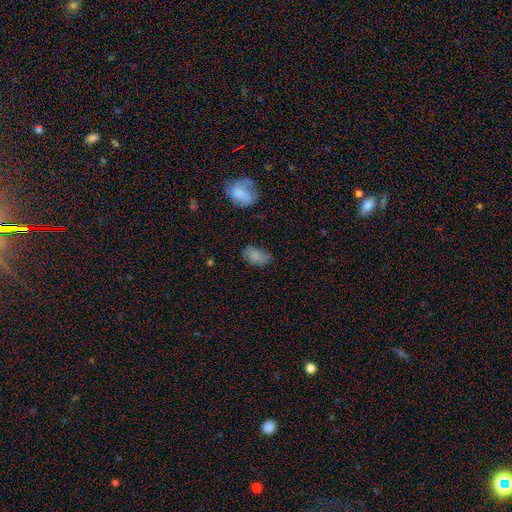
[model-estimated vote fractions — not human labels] A smooth galaxy with no disk features (78%) that is in between round and cigar-shaped (91%). Merging: none (57%).